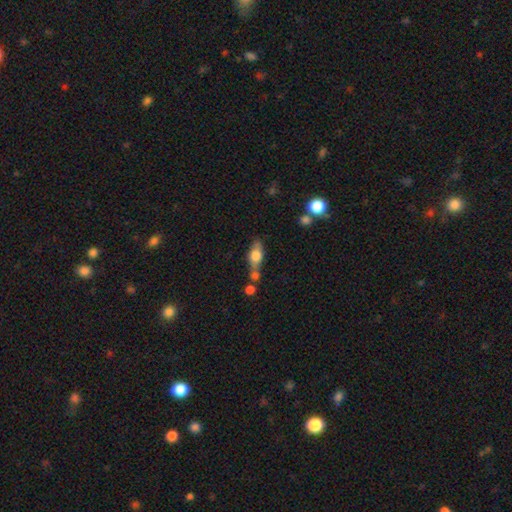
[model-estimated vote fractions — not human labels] A smooth galaxy with no disk features (66%) that is in between round and cigar-shaped (69%). Merging: none (47%).